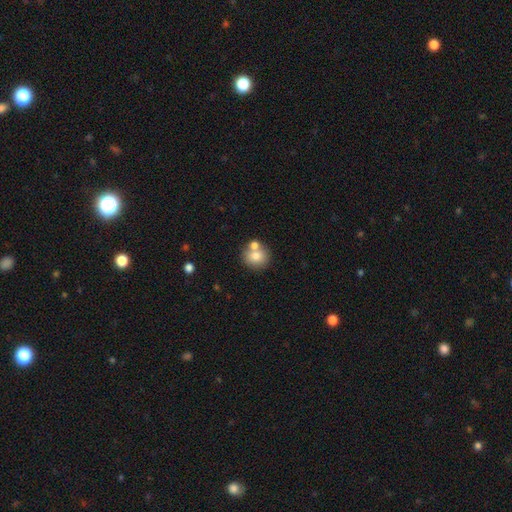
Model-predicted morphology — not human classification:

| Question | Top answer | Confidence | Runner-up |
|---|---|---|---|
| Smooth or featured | smooth | 77% | featured or disk (13%) |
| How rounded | round | 87% | in between (12%) |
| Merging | none | 62% | merger (25%) |